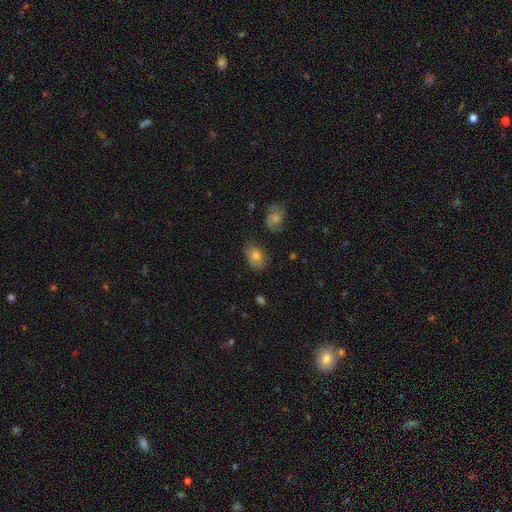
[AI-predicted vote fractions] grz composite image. It shows a smooth galaxy with no disk features (77%) that is in between round and cigar-shaped (72%). Merging: none (70%).